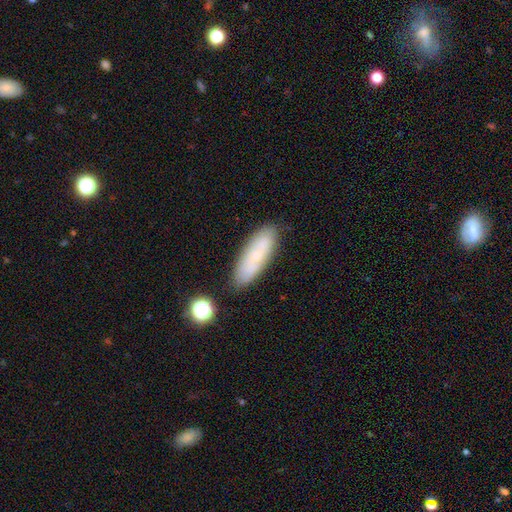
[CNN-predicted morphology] Smooth or featured: smooth — 58% (featured or disk — 32%)
How rounded: in between — 54% (cigar-shaped — 43%)
Merging: none — 78% (minor disturbance — 14%)